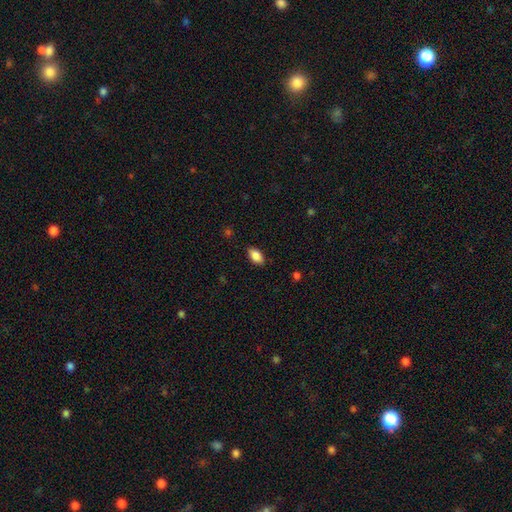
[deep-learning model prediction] Q: Smooth or featured?
A: smooth (86%); runner-up: star or artifact (7%)
Q: How rounded?
A: in between (91%); runner-up: round (4%)
Q: Merging?
A: none (86%); runner-up: minor disturbance (11%)